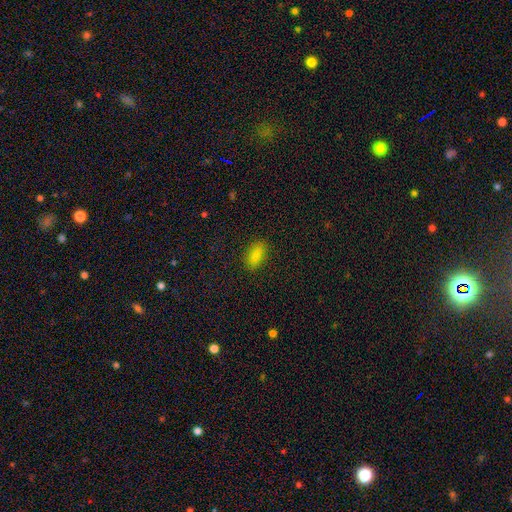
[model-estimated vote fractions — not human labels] Morphology: type=smooth (85%); roundness=in between (87%); merging=none (87%).